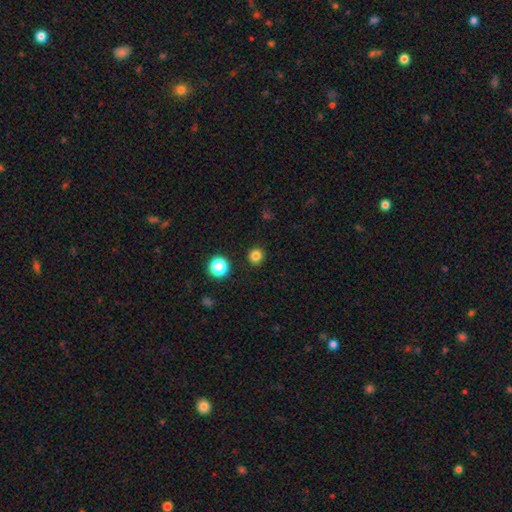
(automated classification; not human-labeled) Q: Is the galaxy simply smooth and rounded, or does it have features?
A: smooth — 82%.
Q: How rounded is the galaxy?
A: round — 93%.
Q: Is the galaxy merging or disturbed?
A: none — 92%.